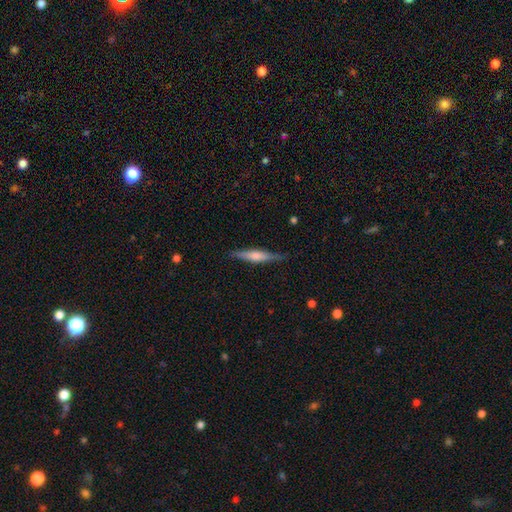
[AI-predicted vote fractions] Morphology: type=featured or disk (65%); edge-on=yes (97%); edge-on bulge=rounded (68%); merging=none (86%).